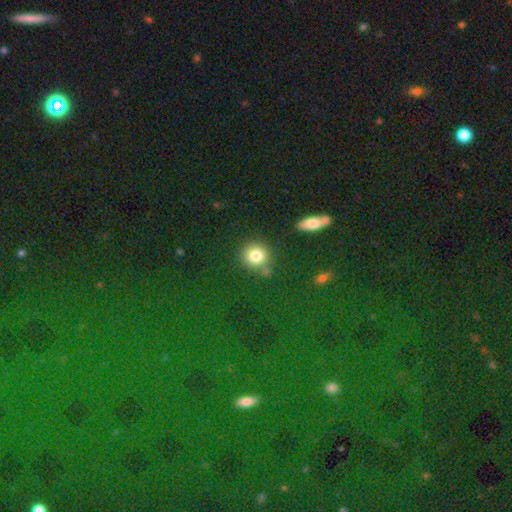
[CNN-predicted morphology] This is clearly a smooth galaxy (82%). How rounded: clearly round (89%). Merging: likely none (78%).